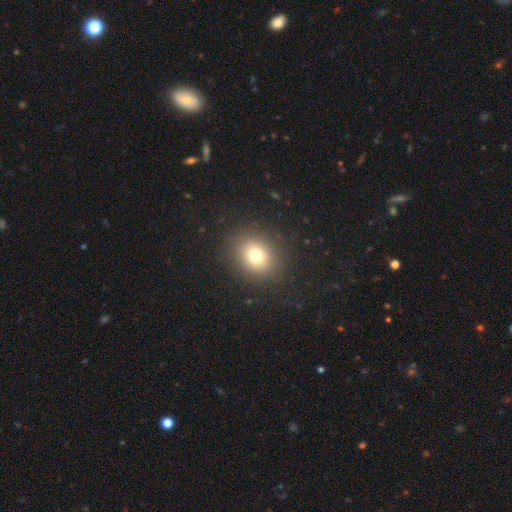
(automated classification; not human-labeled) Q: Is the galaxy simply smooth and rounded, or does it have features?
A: smooth — 75%.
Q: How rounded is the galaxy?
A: round — 71%.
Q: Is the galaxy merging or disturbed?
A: none — 87%.